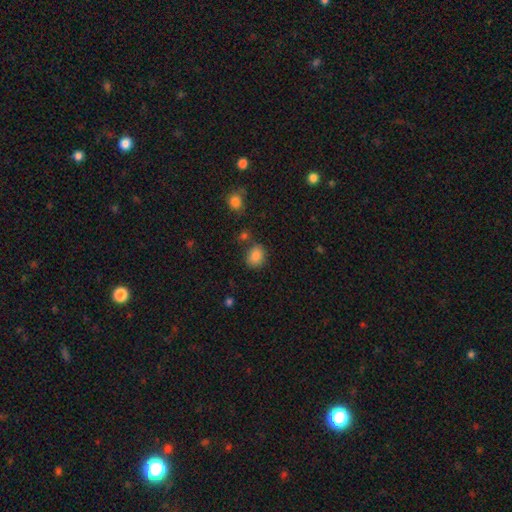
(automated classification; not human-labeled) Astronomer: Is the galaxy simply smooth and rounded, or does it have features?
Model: smooth — 85%.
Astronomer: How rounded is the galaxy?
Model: round — 55% (runner-up: in between, 44%).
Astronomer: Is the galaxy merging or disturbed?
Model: none — 76%.